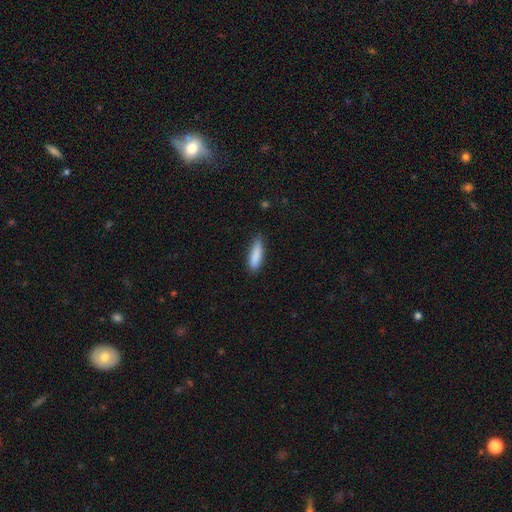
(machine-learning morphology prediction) A smooth galaxy with no disk features (87%) that is cigar-shaped (61%).

Vote fractions:
- Smooth or featured? smooth: 87% / featured or disk: 7% / star or artifact: 6%
- How rounded? cigar-shaped: 61% / in between: 38% / round: 2%
- Merging? none: 77% / minor disturbance: 19% / major disturbance: 3% / merger: 1%